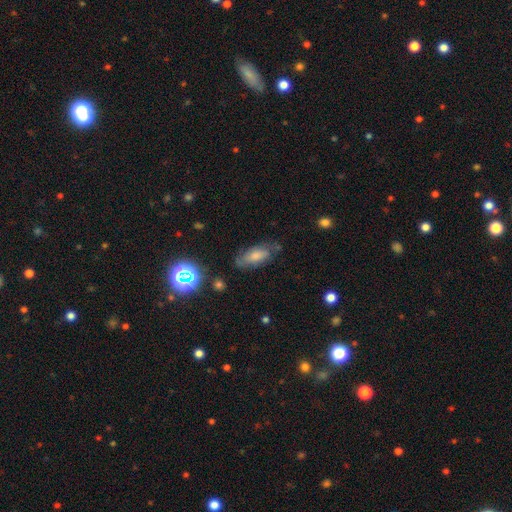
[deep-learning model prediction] Smooth or featured?
  - smooth: 60% *
  - featured or disk: 30%
  - star or artifact: 10%
How rounded?
  - in between: 80% *
  - cigar-shaped: 17%
  - round: 3%
Merging?
  - none: 64% *
  - minor disturbance: 25%
  - major disturbance: 8%
  - merger: 3%